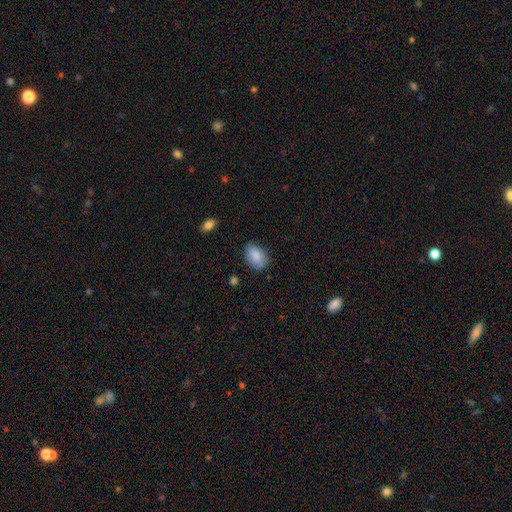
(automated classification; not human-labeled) Morphology: type=smooth (86%); roundness=in between (83%); merging=none (70%).